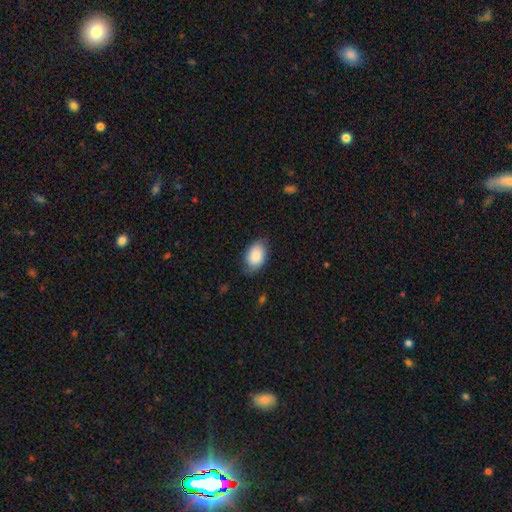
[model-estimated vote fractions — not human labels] Smooth or featured?
  - smooth: 84% *
  - featured or disk: 10%
  - star or artifact: 6%
How rounded?
  - in between: 89% *
  - round: 10%
  - cigar-shaped: 1%
Merging?
  - none: 75% *
  - minor disturbance: 20%
  - major disturbance: 4%
  - merger: 1%